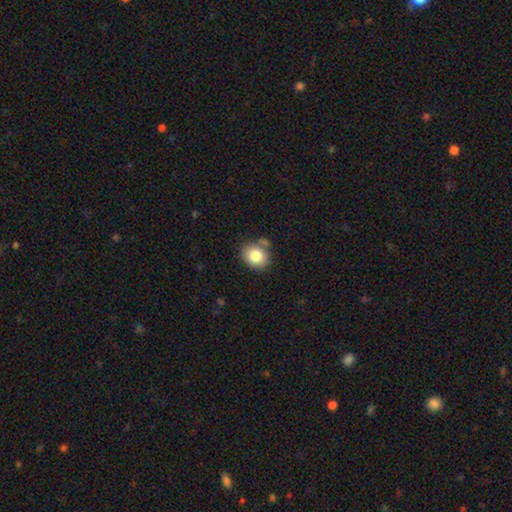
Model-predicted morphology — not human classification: Smooth or featured? Predicted: smooth (p=0.82). How rounded? Predicted: round (p=0.60). Merging? Predicted: none (p=0.70).